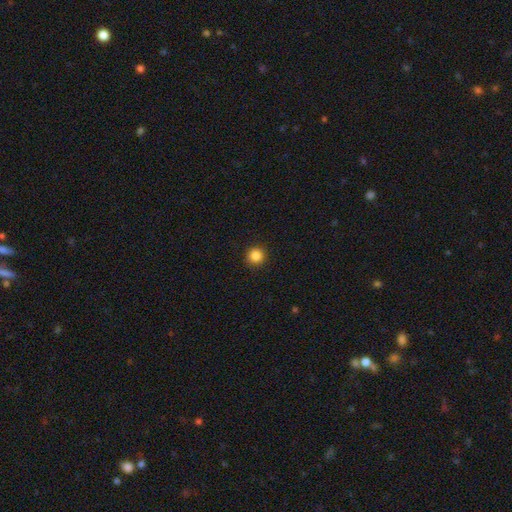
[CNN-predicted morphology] type=smooth (85%); roundness=round (95%); merging=none (93%).